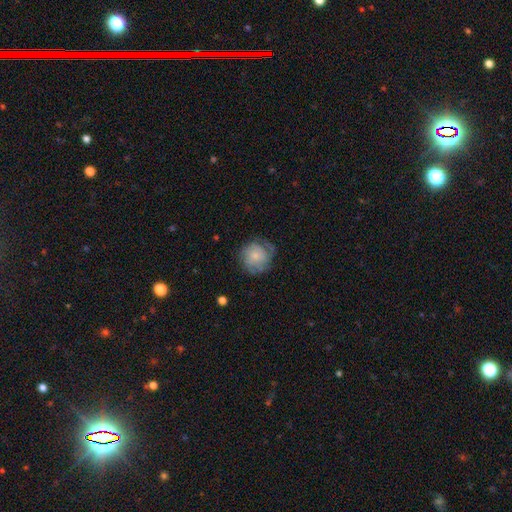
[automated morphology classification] A smooth galaxy with no disk features (53%) that is round (88%). Merging: none (61%).